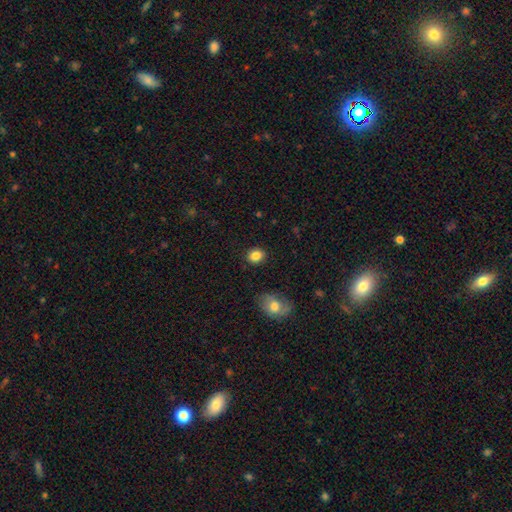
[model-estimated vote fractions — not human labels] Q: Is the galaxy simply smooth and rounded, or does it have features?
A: smooth — 85%.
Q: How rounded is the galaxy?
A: round — 59%.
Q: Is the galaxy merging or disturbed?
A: none — 87%.